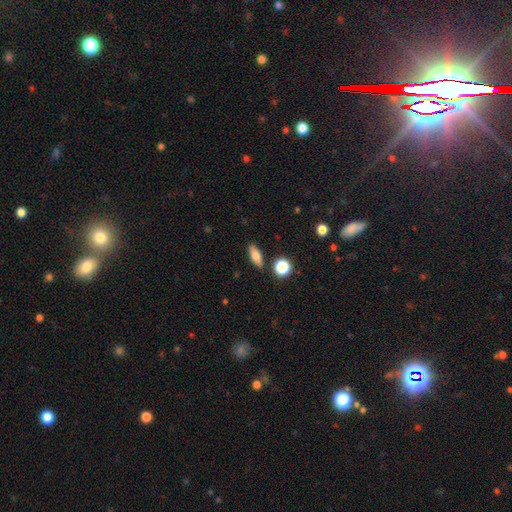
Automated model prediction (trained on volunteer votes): Q: Smooth or featured?
A: smooth (73%); runner-up: featured or disk (17%)
Q: How rounded?
A: in between (70%); runner-up: cigar-shaped (22%)
Q: Merging?
A: none (86%); runner-up: minor disturbance (8%)